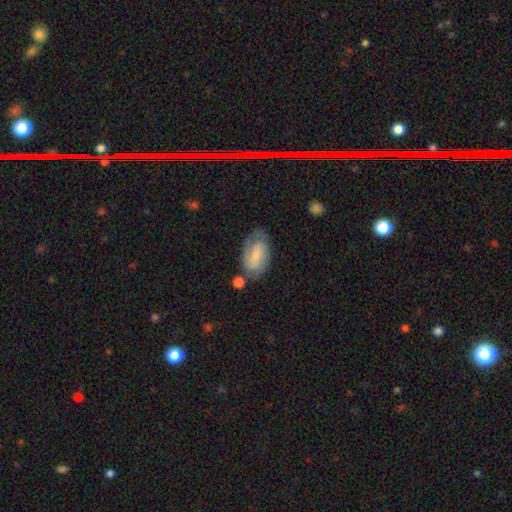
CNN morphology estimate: type=smooth (53%); roundness=in between (91%); merging=none (61%).